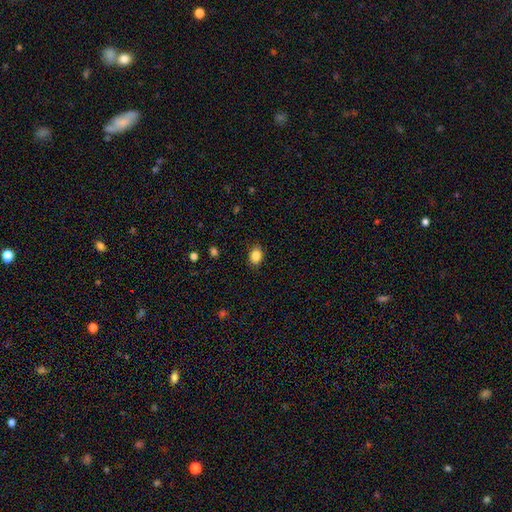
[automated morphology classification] Q: Smooth or featured?
A: smooth (86%); runner-up: star or artifact (9%)
Q: How rounded?
A: in between (70%); runner-up: round (29%)
Q: Merging?
A: none (86%); runner-up: minor disturbance (10%)